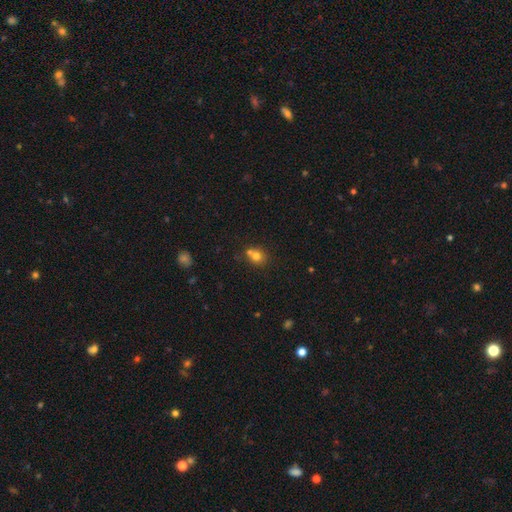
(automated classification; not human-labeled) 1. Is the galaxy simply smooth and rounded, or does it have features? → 74% smooth, 14% star or artifact, 12% featured or disk.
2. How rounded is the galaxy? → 76% round, 23% in between, 1% cigar-shaped.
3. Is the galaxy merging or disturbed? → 48% none, 39% merger, 9% minor disturbance, 3% major disturbance.